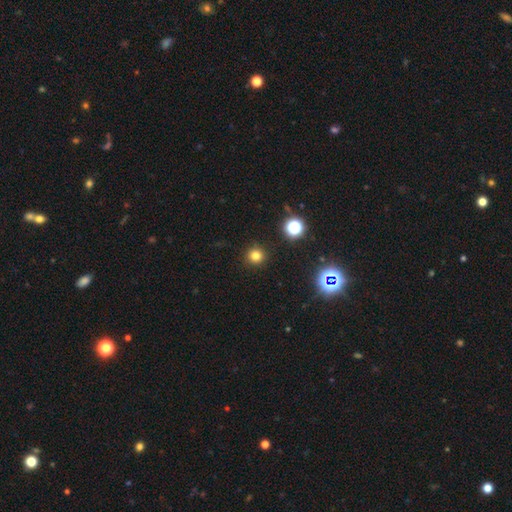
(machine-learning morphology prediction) Q: Smooth or featured?
A: smooth (77%); runner-up: star or artifact (18%)
Q: How rounded?
A: round (94%); runner-up: in between (5%)
Q: Merging?
A: none (91%); runner-up: minor disturbance (6%)